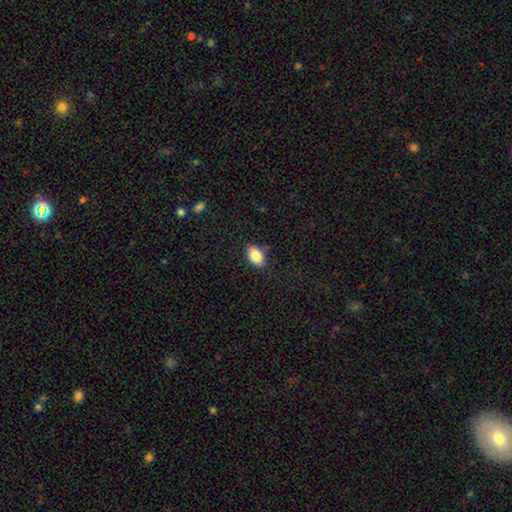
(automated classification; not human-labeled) Smooth or featured: smooth — 85% (star or artifact — 8%)
How rounded: in between — 87% (round — 11%)
Merging: none — 77% (minor disturbance — 17%)